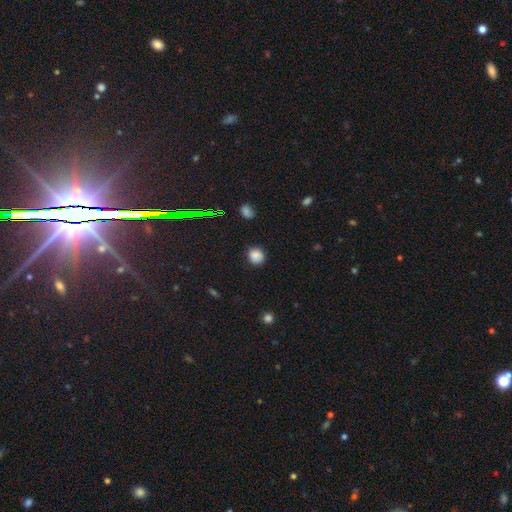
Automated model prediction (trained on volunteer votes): A smooth galaxy with no disk features (84%) that is round (77%).

Vote fractions:
- Smooth or featured? smooth: 84% / star or artifact: 12% / featured or disk: 5%
- How rounded? round: 77% / in between: 22% / cigar-shaped: 1%
- Merging? none: 82% / minor disturbance: 13% / major disturbance: 3% / merger: 1%